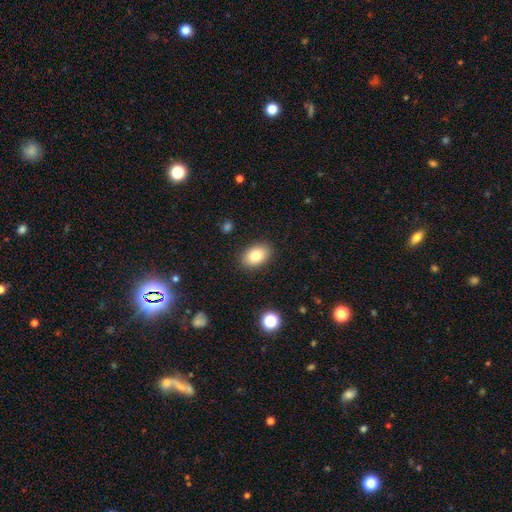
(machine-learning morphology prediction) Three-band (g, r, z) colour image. It shows a smooth galaxy with no disk features (82%) that is in between round and cigar-shaped (84%). Merging: none (88%).